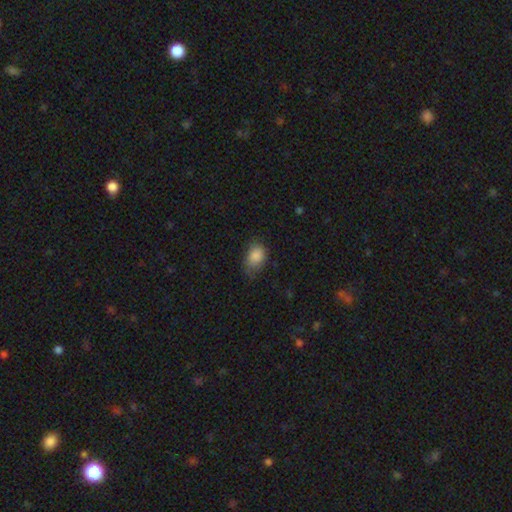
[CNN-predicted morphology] Overall: smooth (86%). How rounded: in between (80%). Merging: none (53%; minor disturbance 34%).